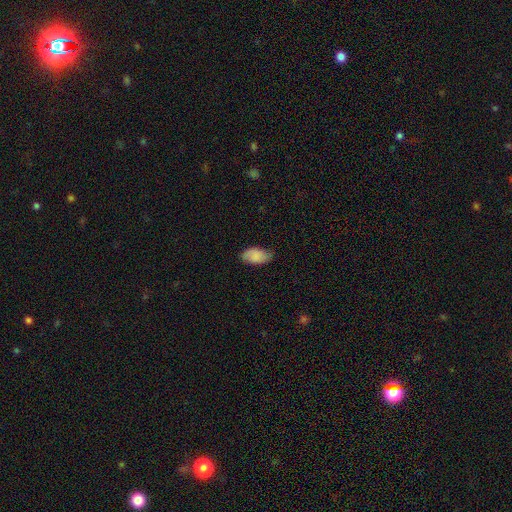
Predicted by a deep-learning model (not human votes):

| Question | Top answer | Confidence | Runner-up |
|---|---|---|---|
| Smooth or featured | smooth | 76% | featured or disk (16%) |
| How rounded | in between | 94% | round (4%) |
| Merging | none | 69% | minor disturbance (25%) |